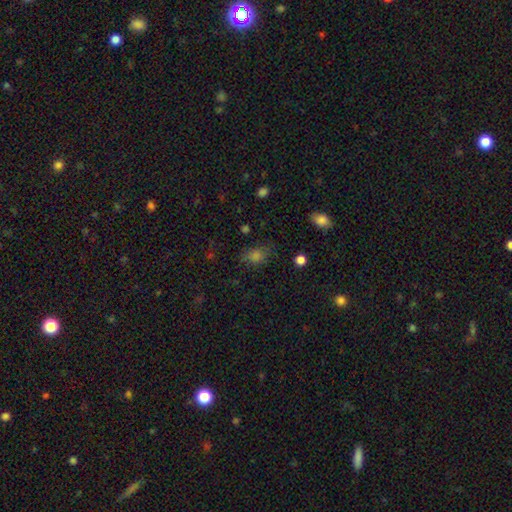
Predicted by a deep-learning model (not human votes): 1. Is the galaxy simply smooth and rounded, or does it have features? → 68% smooth, 22% star or artifact, 10% featured or disk.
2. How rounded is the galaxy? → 70% in between, 27% round, 3% cigar-shaped.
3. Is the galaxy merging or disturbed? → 72% none, 19% minor disturbance, 7% major disturbance, 2% merger.